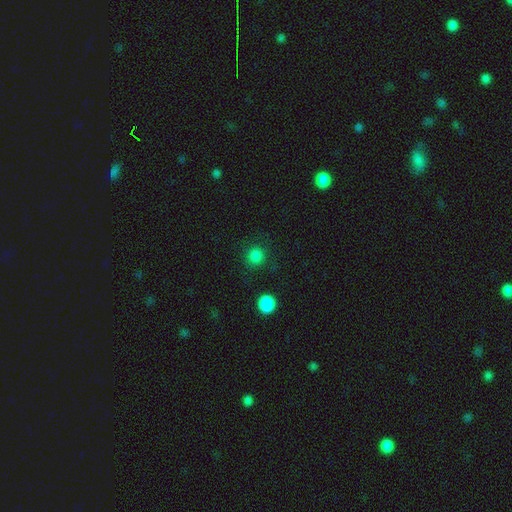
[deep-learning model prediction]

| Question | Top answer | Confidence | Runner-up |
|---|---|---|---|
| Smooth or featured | smooth | 83% | star or artifact (14%) |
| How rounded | round | 93% | in between (6%) |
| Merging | none | 87% | minor disturbance (7%) |